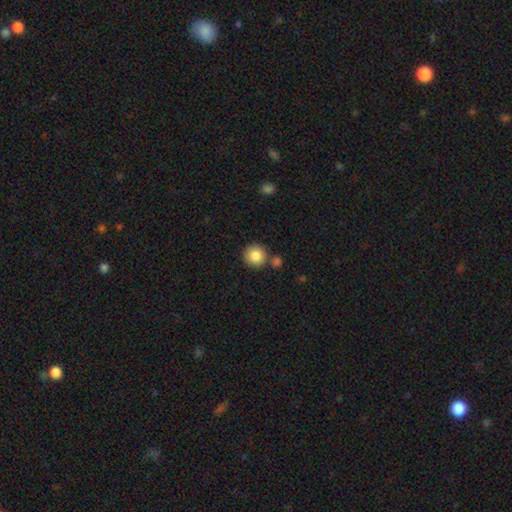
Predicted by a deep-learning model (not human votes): smooth 85%, star or artifact 9%, featured or disk 6%. Down the decision tree: how rounded — round (94%); merging — none (77%).